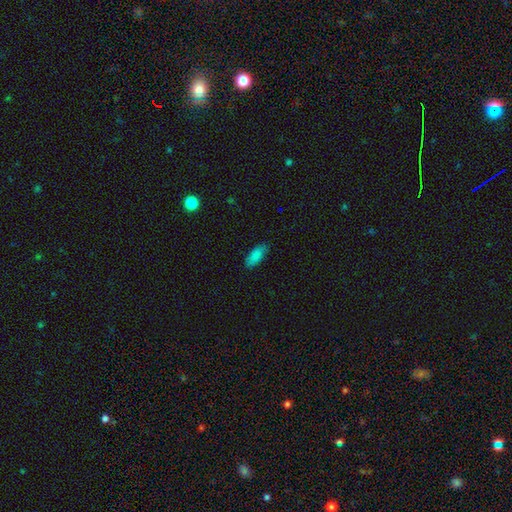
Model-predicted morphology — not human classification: Smooth or featured: smooth — 86% (star or artifact — 7%)
How rounded: in between — 80% (cigar-shaped — 19%)
Merging: none — 83% (minor disturbance — 13%)